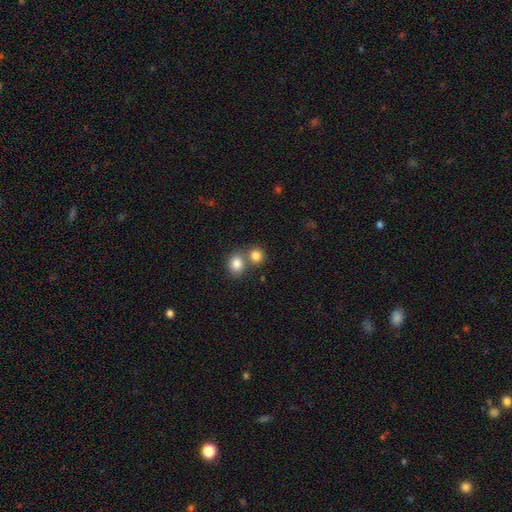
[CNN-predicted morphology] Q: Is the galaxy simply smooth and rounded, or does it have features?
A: smooth — 83%.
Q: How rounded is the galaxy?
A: round — 82%.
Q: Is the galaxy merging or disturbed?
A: none — 50%.